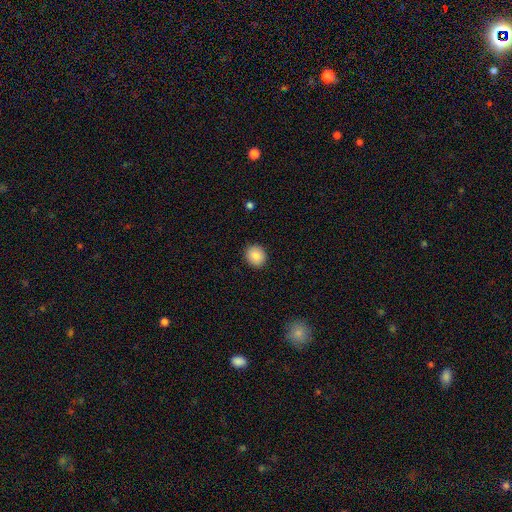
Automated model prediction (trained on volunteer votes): This is clearly a smooth galaxy (85%). How rounded: clearly round (81%). Merging: clearly none (91%).